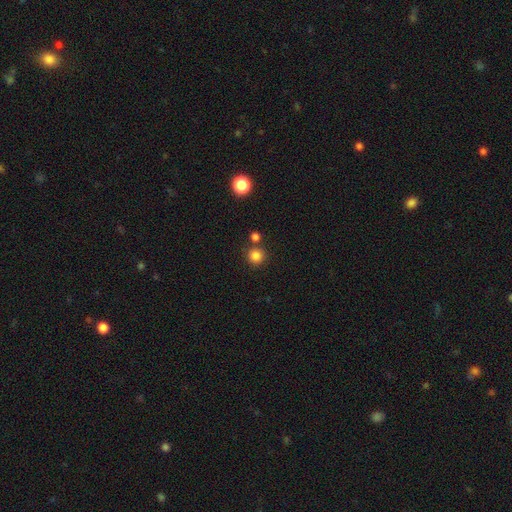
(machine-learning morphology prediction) This appears to be a smooth galaxy with no disk features (82%) that is round (94%). Merging: none (79%).